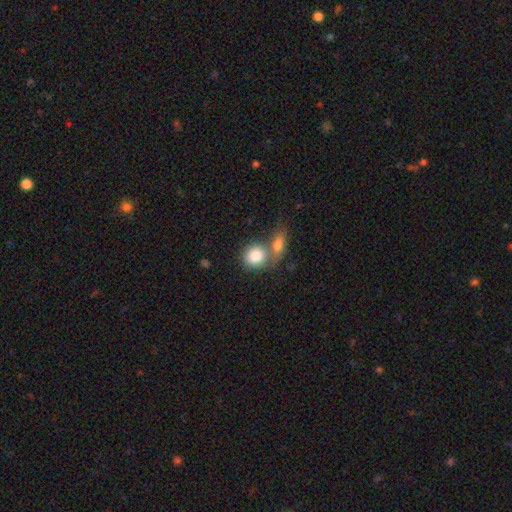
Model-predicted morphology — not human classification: This is clearly a smooth galaxy (83%). How rounded: likely round (68%). Merging: possibly merger (53%).